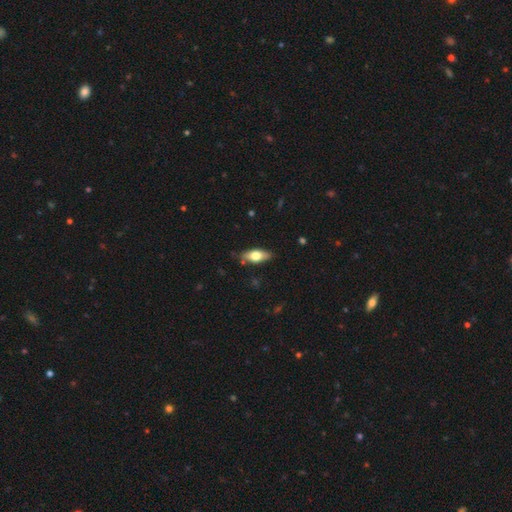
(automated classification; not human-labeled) Q: Smooth or featured?
A: smooth (61%); runner-up: featured or disk (33%)
Q: How rounded?
A: in between (76%); runner-up: cigar-shaped (21%)
Q: Merging?
A: none (83%); runner-up: minor disturbance (13%)